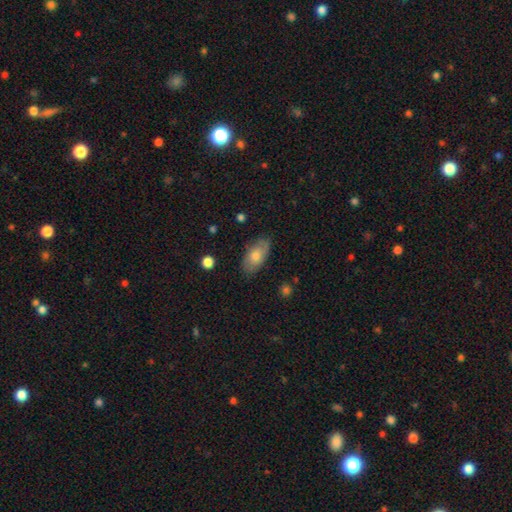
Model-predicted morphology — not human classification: Q: Smooth or featured?
A: smooth (69%); runner-up: featured or disk (24%)
Q: How rounded?
A: in between (92%); runner-up: cigar-shaped (4%)
Q: Merging?
A: none (83%); runner-up: minor disturbance (13%)